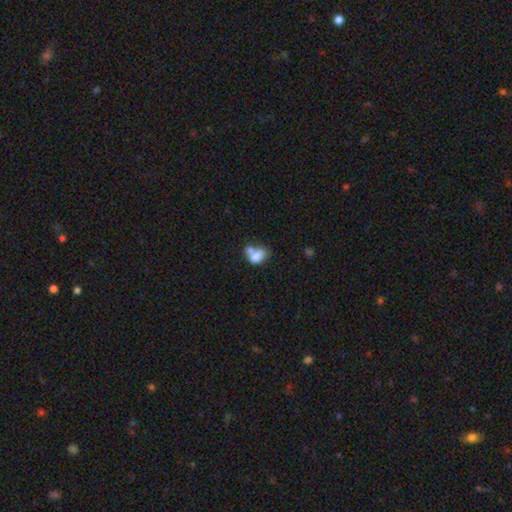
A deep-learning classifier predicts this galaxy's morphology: Smooth or featured? Predicted: smooth (p=0.73). How rounded? Predicted: in between (p=0.77). Merging? Predicted: merger (p=0.56).